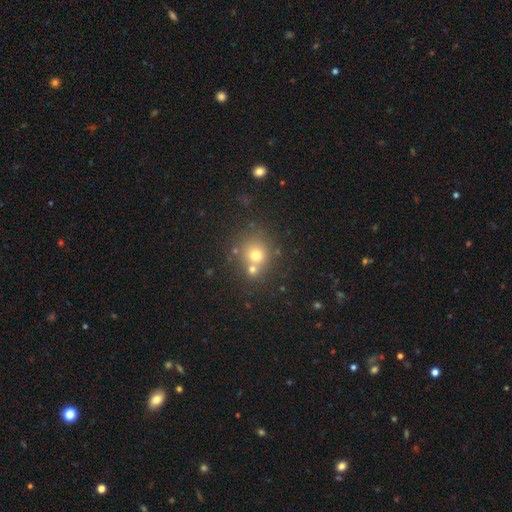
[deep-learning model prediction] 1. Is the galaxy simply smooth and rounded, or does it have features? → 70% smooth, 17% star or artifact, 14% featured or disk.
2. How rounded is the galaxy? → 84% round, 15% in between, 1% cigar-shaped.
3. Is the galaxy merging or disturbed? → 55% none, 32% merger, 9% minor disturbance, 4% major disturbance.